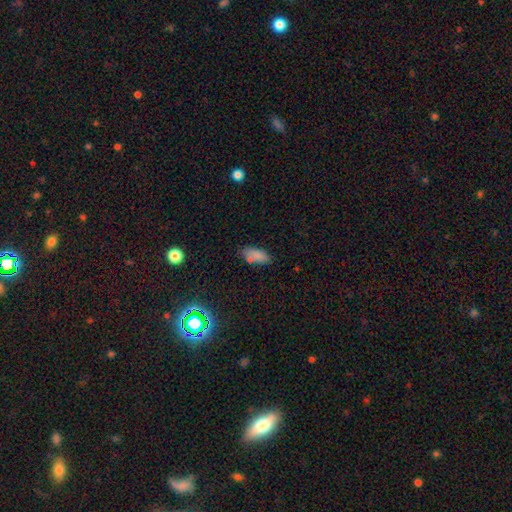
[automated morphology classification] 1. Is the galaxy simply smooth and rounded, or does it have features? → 78% smooth, 12% star or artifact, 10% featured or disk.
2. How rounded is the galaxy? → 82% in between, 15% cigar-shaped, 3% round.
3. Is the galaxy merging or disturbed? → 70% none, 18% minor disturbance, 8% merger, 5% major disturbance.